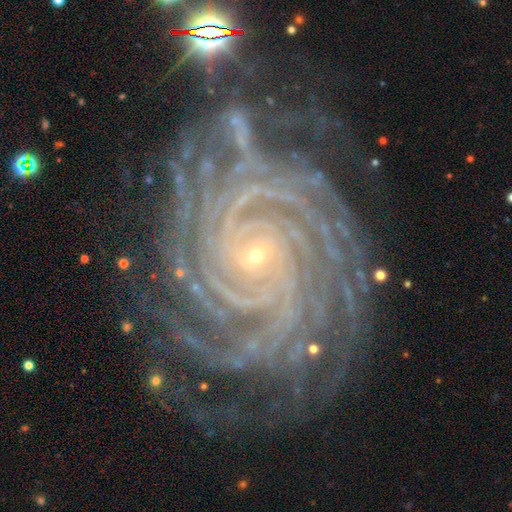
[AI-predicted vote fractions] smooth-or-featured: featured or disk: 91% | star or artifact: 6% | smooth: 3%
  disk-edge-on: no: 98% | yes: 2%
    bar: no: 69% | weak: 20% | strong: 11%
    has-spiral-arms: yes: 99% | no: 1%
      spiral-winding: tight: 85% | medium: 13% | loose: 2%
      spiral-arm-count: more than 4: 31% | 4: 23% | can't tell: 14% | 3: 13% | 2: 10% | 1: 9%
    bulge-size: small: 88% | moderate: 9% | none: 2% | large: 1% | dominant: 1%
  merging: none: 77% | minor disturbance: 15% | major disturbance: 5% | merger: 3%